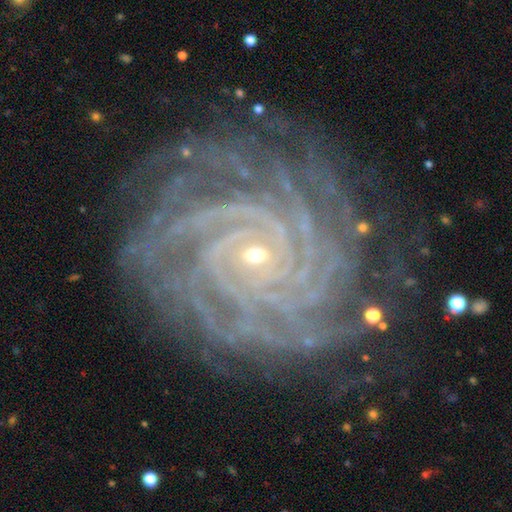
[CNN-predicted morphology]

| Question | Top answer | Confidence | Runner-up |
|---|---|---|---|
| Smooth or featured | featured or disk | 92% | star or artifact (5%) |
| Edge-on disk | no | 98% | yes (2%) |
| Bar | no | 60% | weak (26%) |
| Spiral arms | yes | 99% | no (1%) |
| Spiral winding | tight | 84% | medium (14%) |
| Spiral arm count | more than 4 | 33% | 4 (21%) |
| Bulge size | small | 82% | moderate (15%) |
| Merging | none | 77% | minor disturbance (15%) |